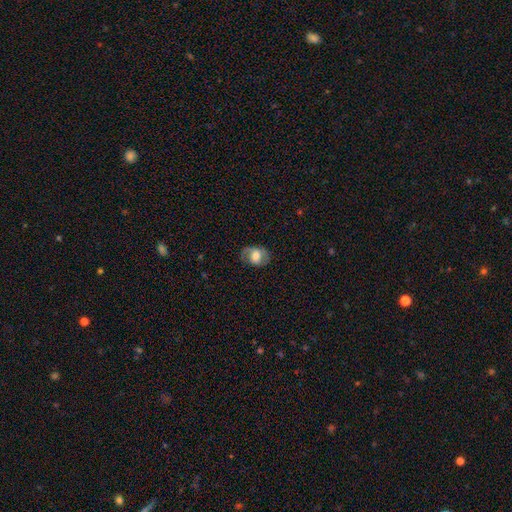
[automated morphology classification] Smooth or featured: smooth — 52% (featured or disk — 41%)
How rounded: in between — 64% (round — 34%)
Merging: none — 63% (minor disturbance — 23%)